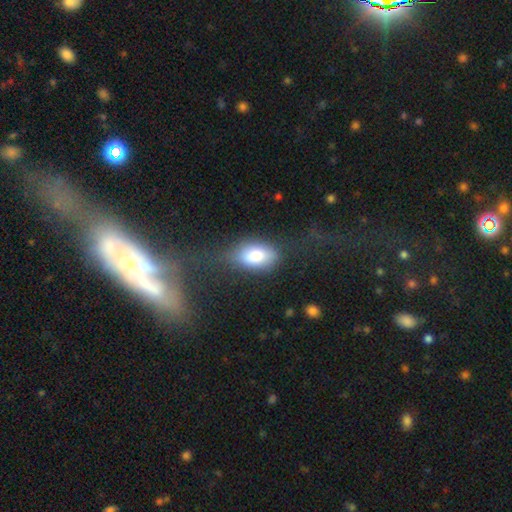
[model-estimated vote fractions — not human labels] This appears to be a smooth galaxy with no disk features (78%) that is in between round and cigar-shaped (87%). Merging: none (53%).